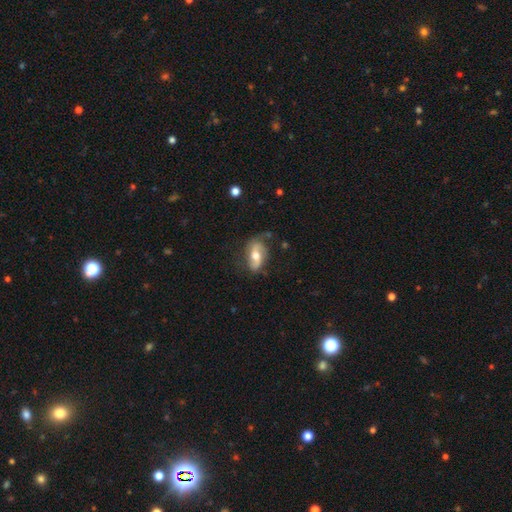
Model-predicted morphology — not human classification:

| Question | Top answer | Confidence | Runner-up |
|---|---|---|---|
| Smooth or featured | featured or disk | 60% | smooth (33%) |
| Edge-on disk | no | 90% | yes (10%) |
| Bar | no | 44% | weak (34%) |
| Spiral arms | yes | 79% | no (21%) |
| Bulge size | moderate | 73% | small (14%) |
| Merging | none | 63% | minor disturbance (24%) |